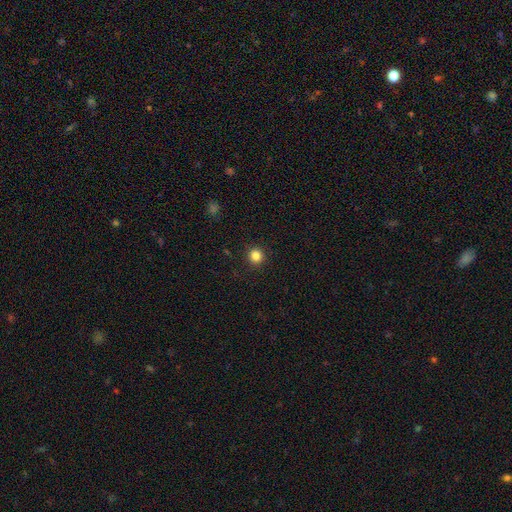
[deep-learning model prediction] smooth 84%, star or artifact 12%, featured or disk 4%. Down the decision tree: how rounded — round (93%); merging — none (92%).